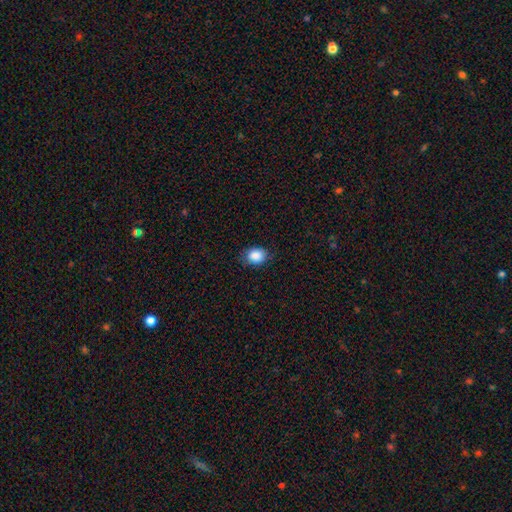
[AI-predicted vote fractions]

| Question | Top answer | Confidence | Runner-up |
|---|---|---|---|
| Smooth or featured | smooth | 87% | star or artifact (8%) |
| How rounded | round | 50% | in between (49%) |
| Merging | none | 79% | minor disturbance (17%) |